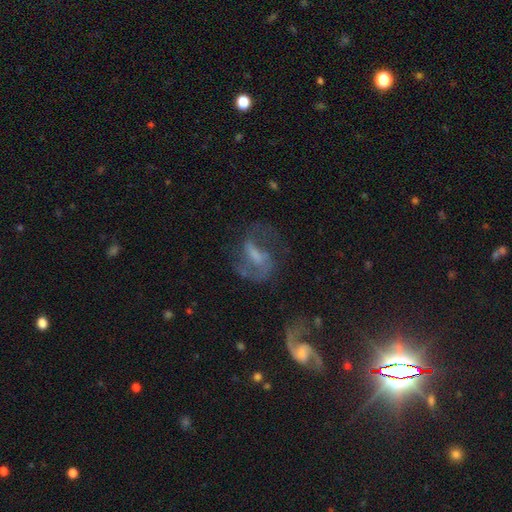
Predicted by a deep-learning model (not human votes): Overall: featured or disk (77%). Edge-on disk: no (96%). Bar: weak (47%; strong 34%). Spiral arms: yes (89%). Spiral arm count: 2 (82%). Spiral winding: medium (47%; loose 39%). Bulge size: none (36%; small 29%). Merging: none (55%; major disturbance 22%).